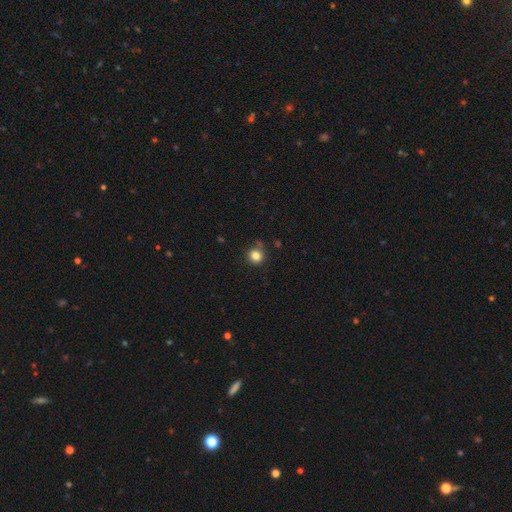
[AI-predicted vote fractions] Q: Smooth or featured?
A: smooth (83%); runner-up: star or artifact (12%)
Q: How rounded?
A: round (91%); runner-up: in between (8%)
Q: Merging?
A: none (82%); runner-up: minor disturbance (11%)